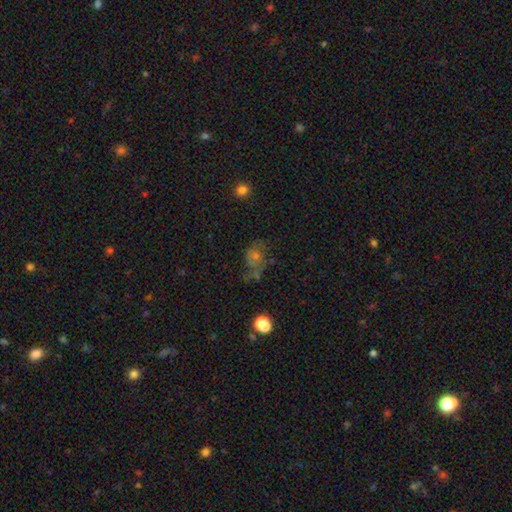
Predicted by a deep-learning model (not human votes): This is marginally a smooth galaxy (44%). Merging: marginally none (44%).